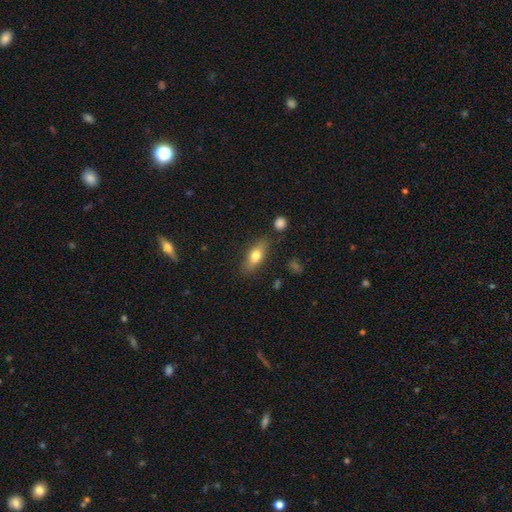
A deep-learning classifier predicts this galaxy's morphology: type=smooth (72%); roundness=in between (73%); merging=none (81%).